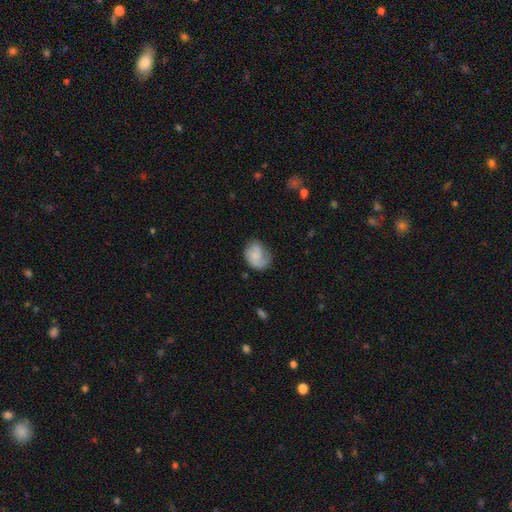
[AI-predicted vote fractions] Smooth or featured? smooth (54%)
How rounded? in between (56%)
Merging? none (50%)